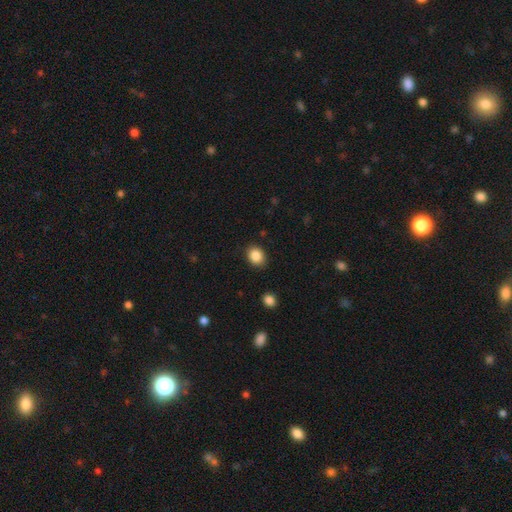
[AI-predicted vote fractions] This appears to be a smooth galaxy with no disk features (87%) that is round (52%). Merging: none (87%).